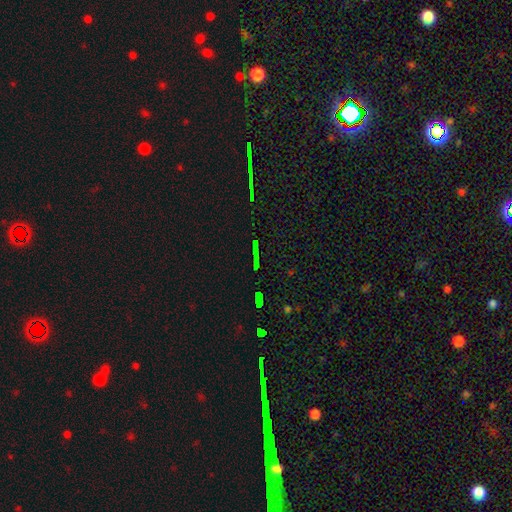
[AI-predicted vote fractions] Q: Smooth or featured?
A: star or artifact (72%); runner-up: smooth (15%)